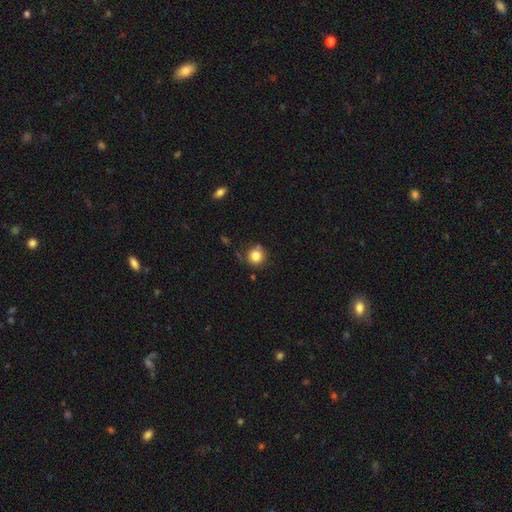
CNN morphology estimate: Overall: smooth (83%). How rounded: round (90%). Merging: none (74%).